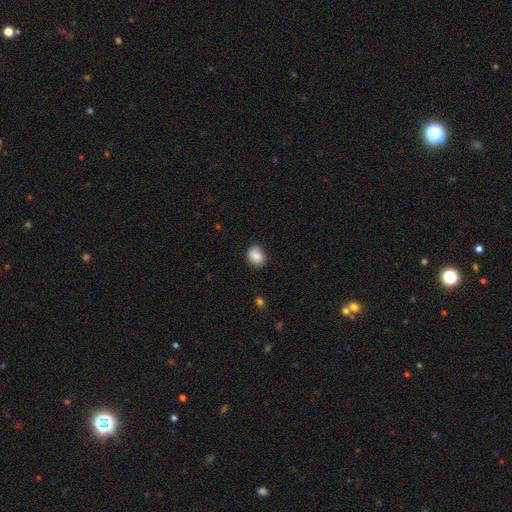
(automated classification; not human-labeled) smooth 87%, star or artifact 8%, featured or disk 5%. Down the decision tree: how rounded — in between (58%); merging — none (78%).